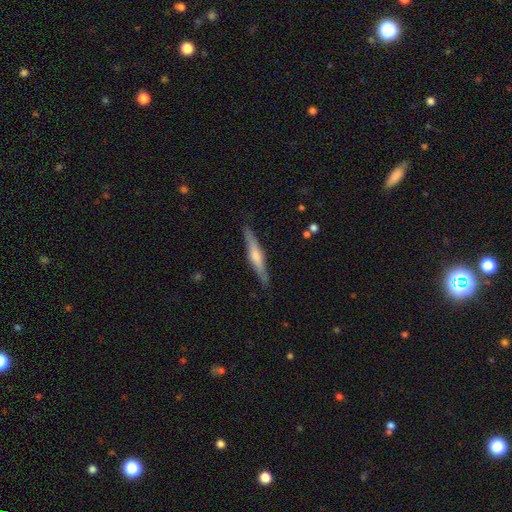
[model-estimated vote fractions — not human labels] smooth-or-featured: featured or disk: 67% | smooth: 27% | star or artifact: 6%
  disk-edge-on: yes: 97% | no: 3%
    edge-on-bulge: rounded: 74% | boxy: 14% | none: 13%
  merging: none: 90% | minor disturbance: 8% | major disturbance: 2% | merger: 1%